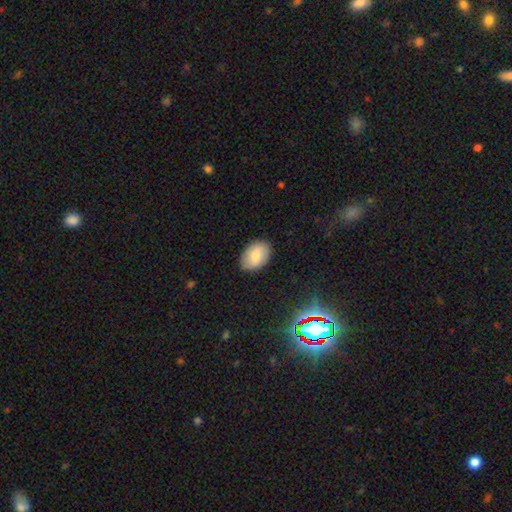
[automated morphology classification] smooth_or_featured: smooth (p=0.75) [alt: featured or disk p=0.18]
how_rounded: in between (p=0.84) [alt: round p=0.15]
merging: none (p=0.87) [alt: minor disturbance p=0.10]